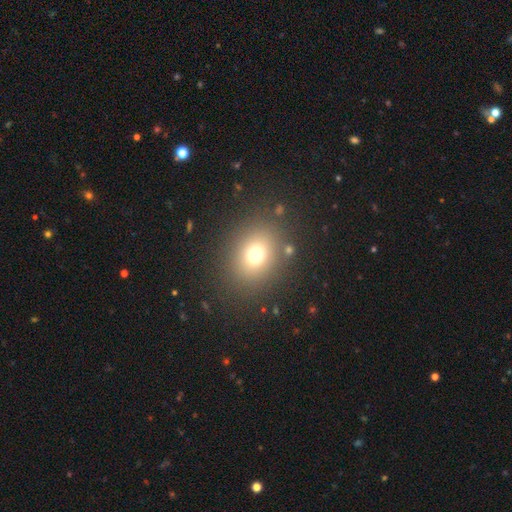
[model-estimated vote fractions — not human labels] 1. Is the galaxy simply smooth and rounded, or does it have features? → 72% smooth, 16% star or artifact, 12% featured or disk.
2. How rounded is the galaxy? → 55% round, 44% in between, 1% cigar-shaped.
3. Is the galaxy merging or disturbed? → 84% none, 8% minor disturbance, 5% major disturbance, 3% merger.